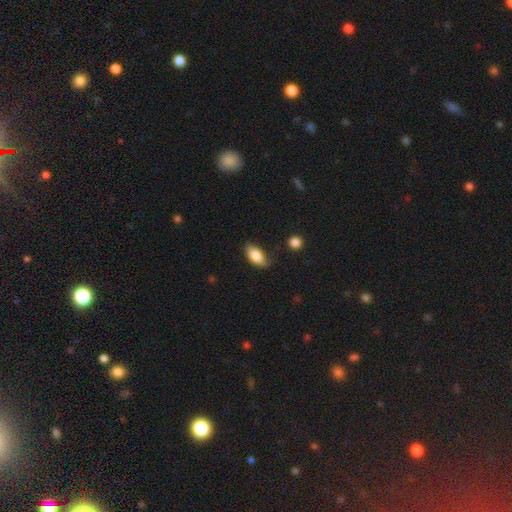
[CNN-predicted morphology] This is clearly a smooth galaxy (82%). How rounded: clearly in between (89%). Merging: likely none (69%).